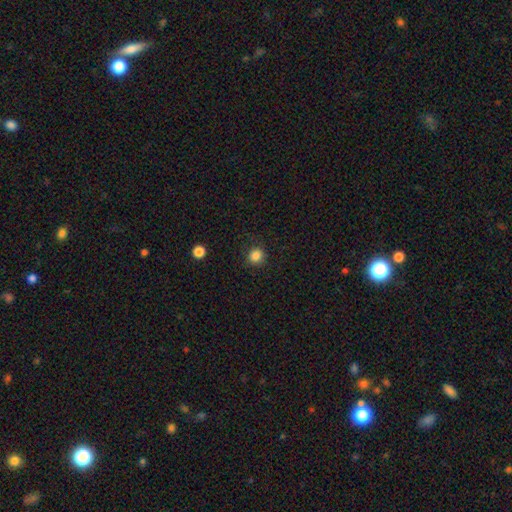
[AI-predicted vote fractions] A smooth galaxy with no disk features (85%) that is round (87%). Merging: none (88%).